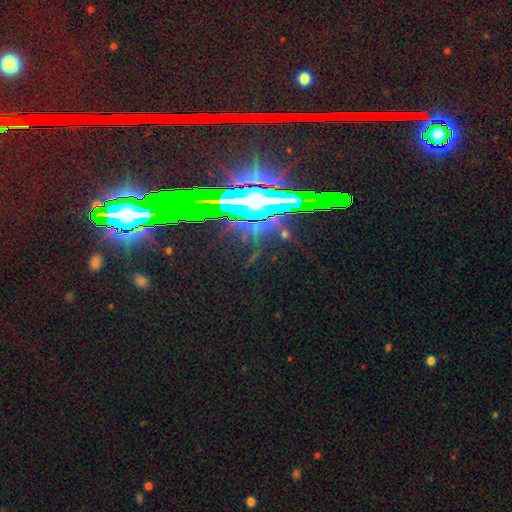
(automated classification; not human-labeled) star or artifact 74%, featured or disk 17%, smooth 10%.